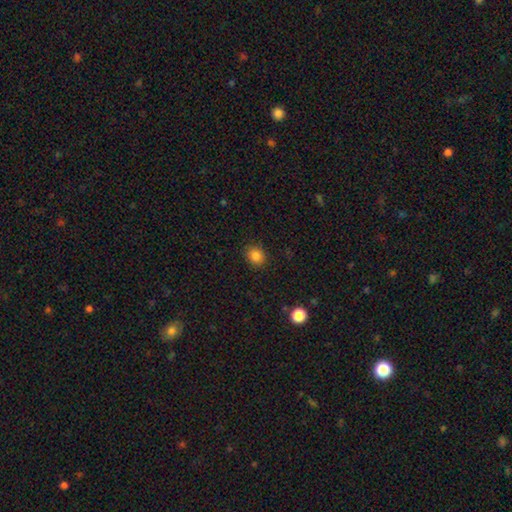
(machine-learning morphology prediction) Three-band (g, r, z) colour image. It shows a smooth galaxy with no disk features (85%) that is round (71%). Merging: none (89%).